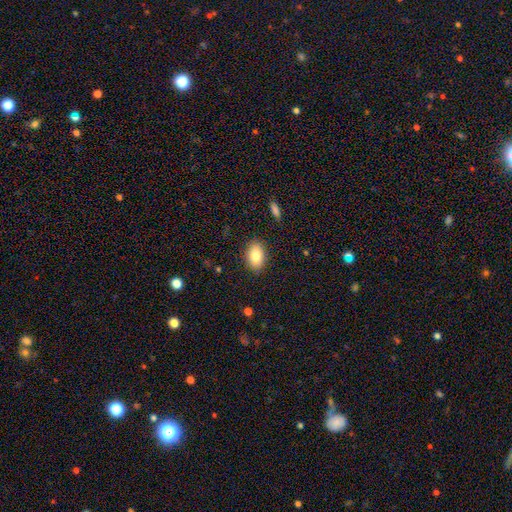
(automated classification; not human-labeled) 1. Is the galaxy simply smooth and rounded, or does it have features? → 82% smooth, 10% featured or disk, 8% star or artifact.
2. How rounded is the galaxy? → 88% in between, 11% round, 2% cigar-shaped.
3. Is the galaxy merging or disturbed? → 87% none, 9% minor disturbance, 2% major disturbance, 1% merger.